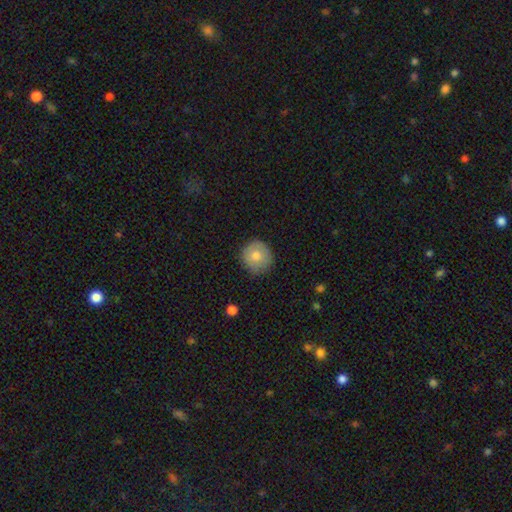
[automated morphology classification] This appears to be a smooth galaxy with no disk features (76%) that is round (93%). Merging: none (86%).